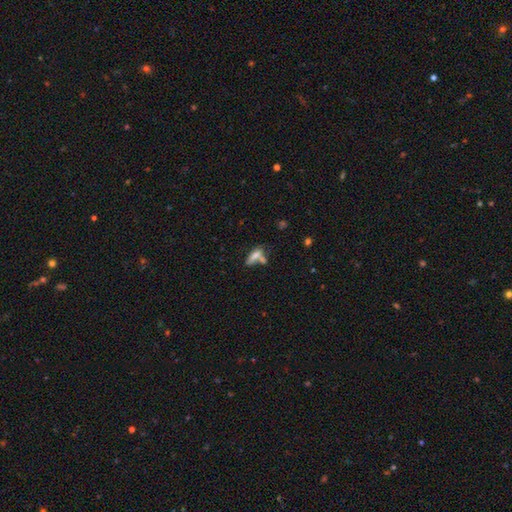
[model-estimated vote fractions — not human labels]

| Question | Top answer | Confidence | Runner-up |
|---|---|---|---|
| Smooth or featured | smooth | 65% | featured or disk (24%) |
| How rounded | in between | 52% | cigar-shaped (43%) |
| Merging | none | 40% | merger (37%) |